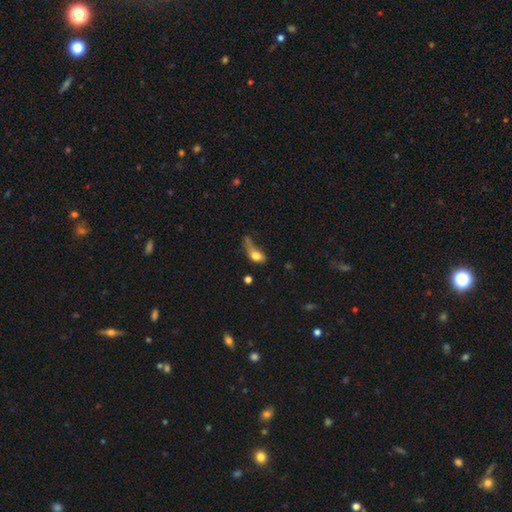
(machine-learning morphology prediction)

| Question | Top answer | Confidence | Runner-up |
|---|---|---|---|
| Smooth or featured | smooth | 71% | featured or disk (19%) |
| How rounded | in between | 71% | round (16%) |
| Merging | major disturbance | 42% | minor disturbance (22%) |